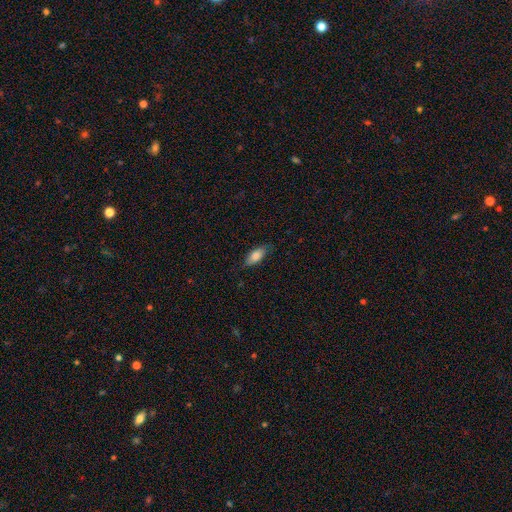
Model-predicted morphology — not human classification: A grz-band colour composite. It shows a smooth galaxy with no disk features (79%) that is in between round and cigar-shaped (81%). Merging: none (78%).